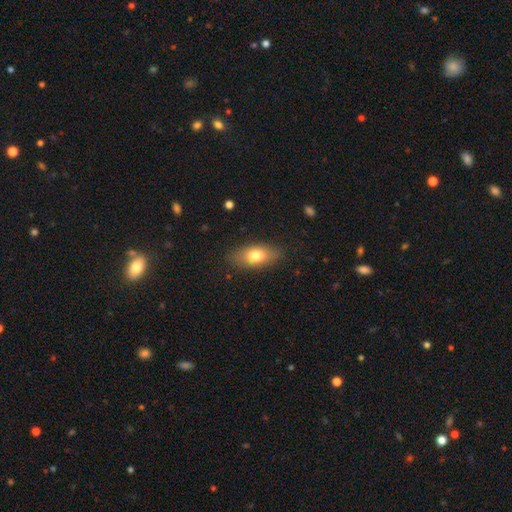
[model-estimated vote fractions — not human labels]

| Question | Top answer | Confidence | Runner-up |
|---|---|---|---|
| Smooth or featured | smooth | 74% | featured or disk (18%) |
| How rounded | in between | 83% | cigar-shaped (10%) |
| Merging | none | 84% | minor disturbance (12%) |